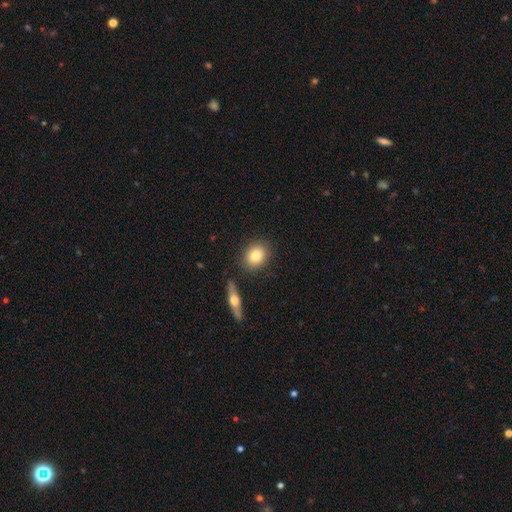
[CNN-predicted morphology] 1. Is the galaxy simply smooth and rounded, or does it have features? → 80% smooth, 13% featured or disk, 7% star or artifact.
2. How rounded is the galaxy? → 58% round, 40% in between, 2% cigar-shaped.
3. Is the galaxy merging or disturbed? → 84% none, 9% minor disturbance, 5% merger, 2% major disturbance.